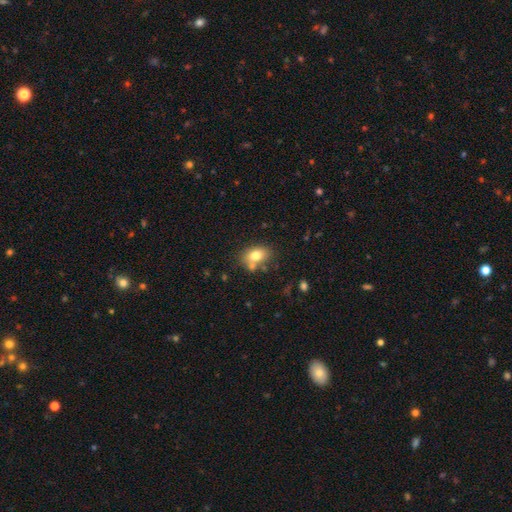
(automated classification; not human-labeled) A smooth galaxy with no disk features (77%) that is in between round and cigar-shaped (76%).

Vote fractions:
- Smooth or featured? smooth: 77% / featured or disk: 13% / star or artifact: 10%
- How rounded? in between: 76% / round: 23% / cigar-shaped: 1%
- Merging? none: 64% / merger: 16% / minor disturbance: 16% / major disturbance: 4%